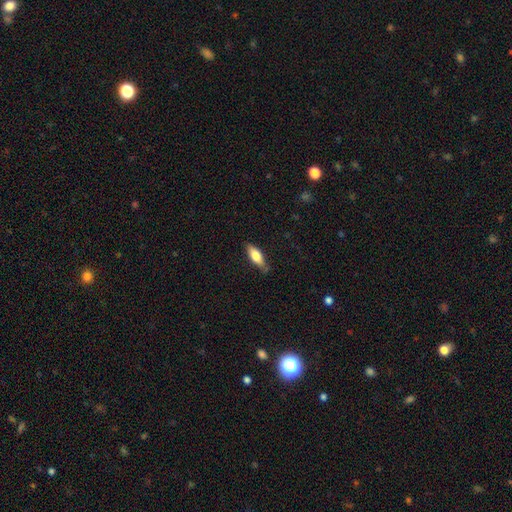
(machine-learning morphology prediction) smooth-or-featured: smooth: 71% | featured or disk: 23% | star or artifact: 6%
  how-rounded: in between: 66% | cigar-shaped: 31% | round: 2%
  merging: none: 76% | minor disturbance: 19% | major disturbance: 3% | merger: 2%